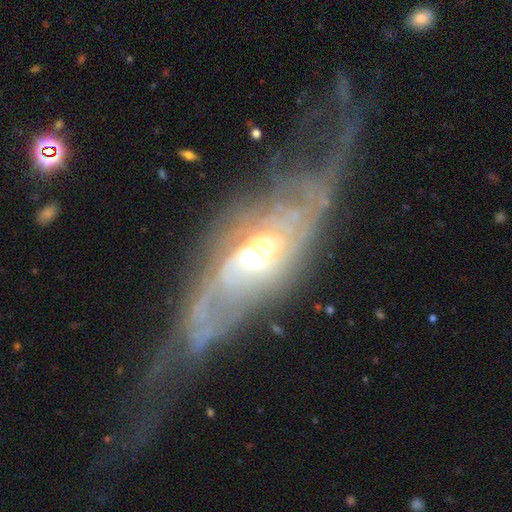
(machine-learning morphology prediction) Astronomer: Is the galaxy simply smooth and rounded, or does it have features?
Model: featured or disk — 78%.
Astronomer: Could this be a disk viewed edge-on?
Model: no — 82%.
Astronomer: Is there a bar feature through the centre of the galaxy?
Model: no — 64%.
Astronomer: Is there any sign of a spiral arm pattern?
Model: yes — 70%.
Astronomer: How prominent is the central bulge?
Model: moderate — 53% (runner-up: small, 31%).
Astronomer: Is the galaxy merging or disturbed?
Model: none — 44% (runner-up: major disturbance, 31%).